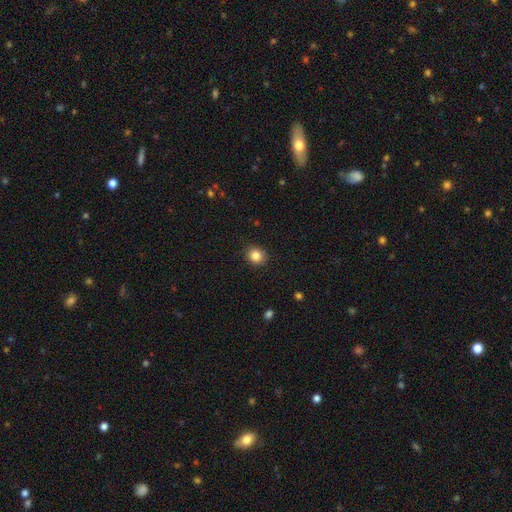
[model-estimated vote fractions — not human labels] Morphology: type=smooth (84%); roundness=round (80%); merging=none (89%).